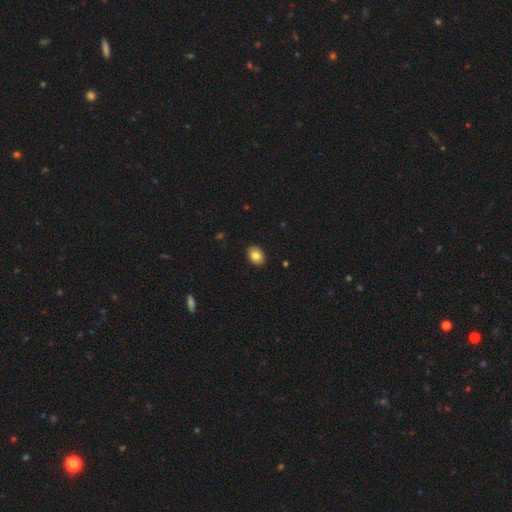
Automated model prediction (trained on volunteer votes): Q: Smooth or featured?
A: smooth (83%); runner-up: featured or disk (8%)
Q: How rounded?
A: in between (72%); runner-up: round (27%)
Q: Merging?
A: none (90%); runner-up: minor disturbance (7%)